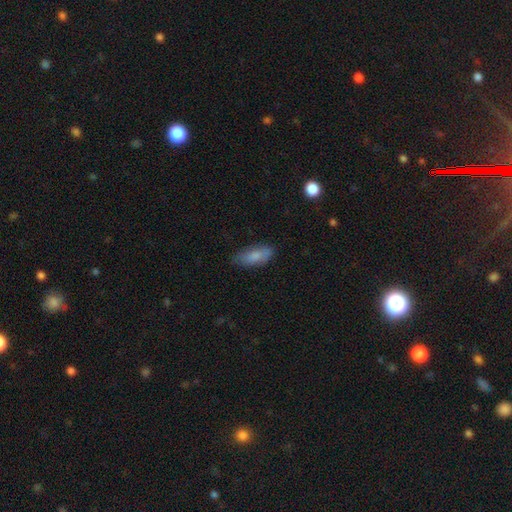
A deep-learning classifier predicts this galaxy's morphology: smooth-or-featured: smooth: 80% | featured or disk: 14% | star or artifact: 6%
  how-rounded: in between: 80% | cigar-shaped: 17% | round: 2%
  merging: none: 74% | minor disturbance: 20% | major disturbance: 4% | merger: 1%